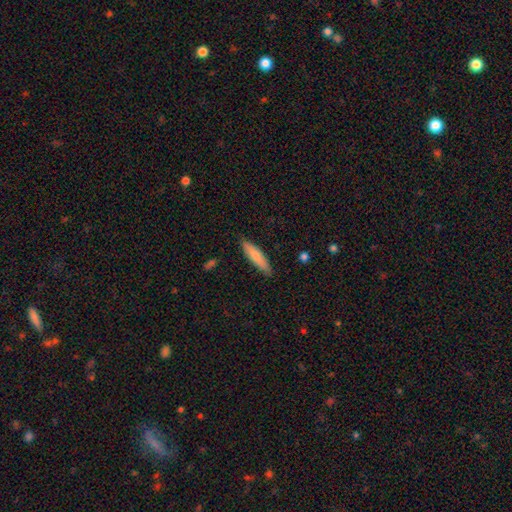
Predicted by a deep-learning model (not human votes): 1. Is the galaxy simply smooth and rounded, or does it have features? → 79% smooth, 15% featured or disk, 6% star or artifact.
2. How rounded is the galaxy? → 77% cigar-shaped, 21% in between, 1% round.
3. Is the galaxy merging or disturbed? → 87% none, 10% minor disturbance, 2% major disturbance, 1% merger.